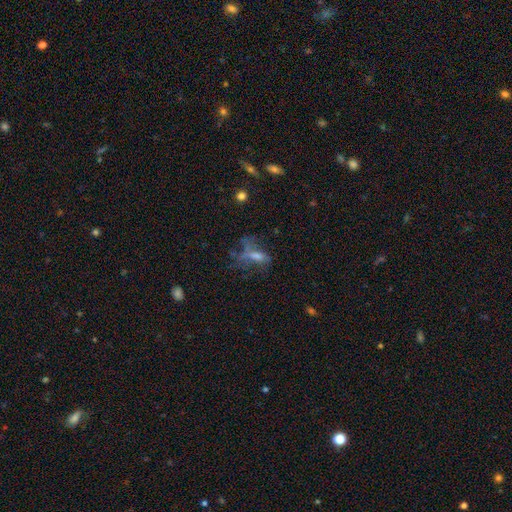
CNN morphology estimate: Smooth or featured? Predicted: featured or disk (p=0.42). Merging? Predicted: none (p=0.39).